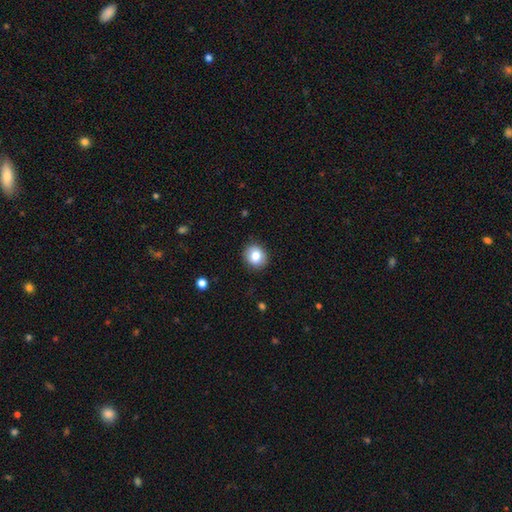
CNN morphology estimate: smooth 82%, featured or disk 9%, star or artifact 9%. Down the decision tree: how rounded — round (78%); merging — none (90%).